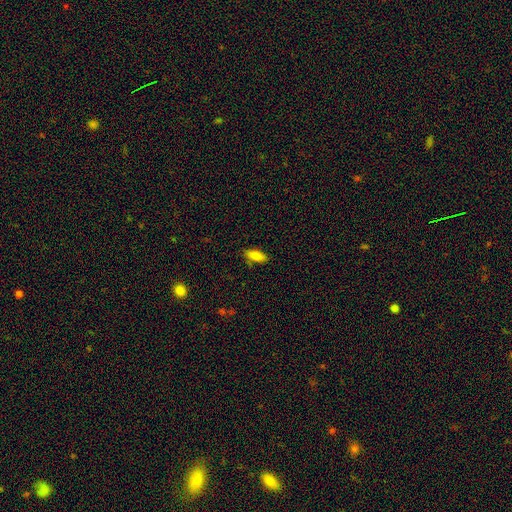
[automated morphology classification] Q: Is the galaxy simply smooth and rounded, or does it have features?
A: smooth — 83%.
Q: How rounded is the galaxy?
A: in between — 80%.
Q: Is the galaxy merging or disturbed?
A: none — 81%.